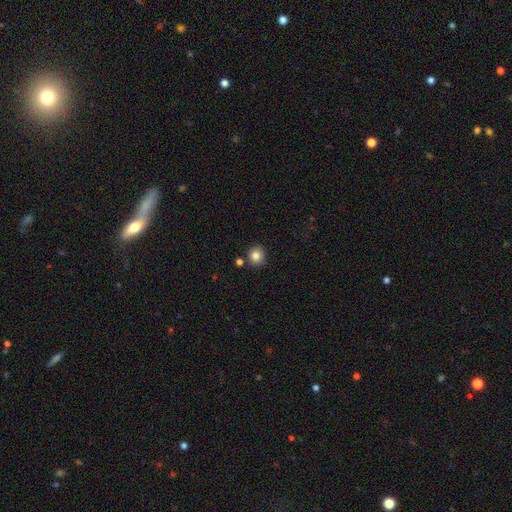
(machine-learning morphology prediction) smooth 83%, star or artifact 10%, featured or disk 6%. Down the decision tree: how rounded — round (84%); merging — none (84%).